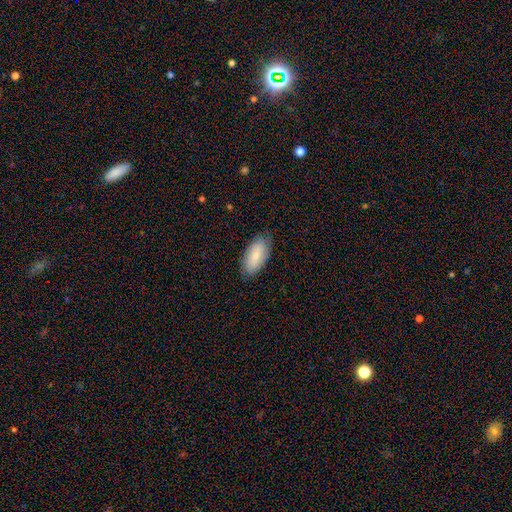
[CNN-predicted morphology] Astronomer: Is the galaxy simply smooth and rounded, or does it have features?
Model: smooth — 74%.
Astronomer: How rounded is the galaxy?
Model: in between — 92%.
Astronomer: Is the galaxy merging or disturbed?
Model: none — 82%.